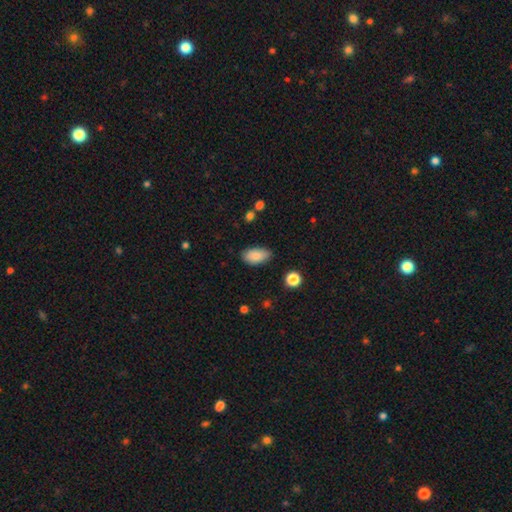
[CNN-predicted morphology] A smooth galaxy with no disk features (85%) that is in between round and cigar-shaped (93%).

Vote fractions:
- Smooth or featured? smooth: 85% / featured or disk: 8% / star or artifact: 7%
- How rounded? in between: 93% / round: 4% / cigar-shaped: 3%
- Merging? none: 78% / minor disturbance: 17% / major disturbance: 3% / merger: 2%